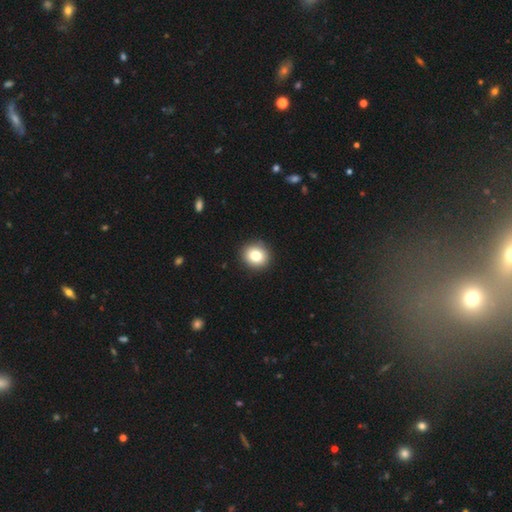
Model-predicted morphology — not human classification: Smooth or featured?
  - smooth: 83% *
  - star or artifact: 10%
  - featured or disk: 8%
How rounded?
  - round: 82% *
  - in between: 17%
  - cigar-shaped: 1%
Merging?
  - none: 91% *
  - minor disturbance: 6%
  - major disturbance: 2%
  - merger: 1%